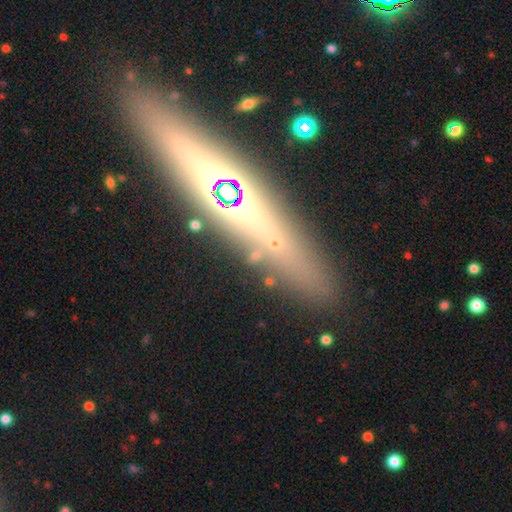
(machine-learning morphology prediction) The model was most divided on "smooth or featured": star or artifact: 38%, smooth: 34%, featured or disk: 27%.